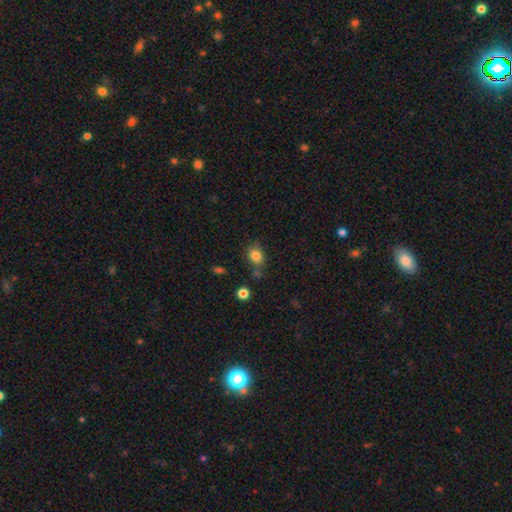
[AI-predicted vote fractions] A smooth galaxy with no disk features (83%) that is in between round and cigar-shaped (50%). Merging: none (66%).